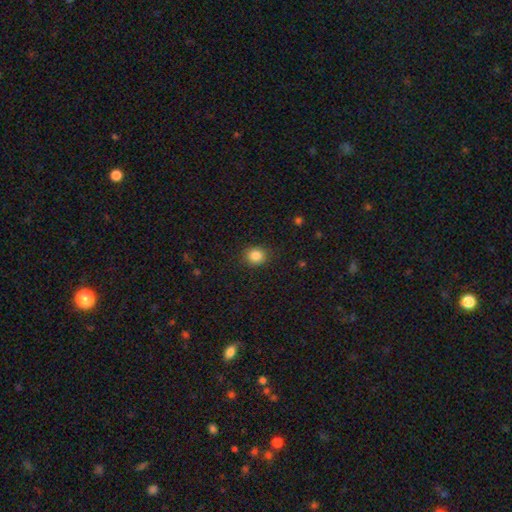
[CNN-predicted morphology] The model was most divided on "how rounded": round: 79%, in between: 21%, cigar-shaped: 1%. More confident: merging — none (88%); smooth or featured — smooth (86%).